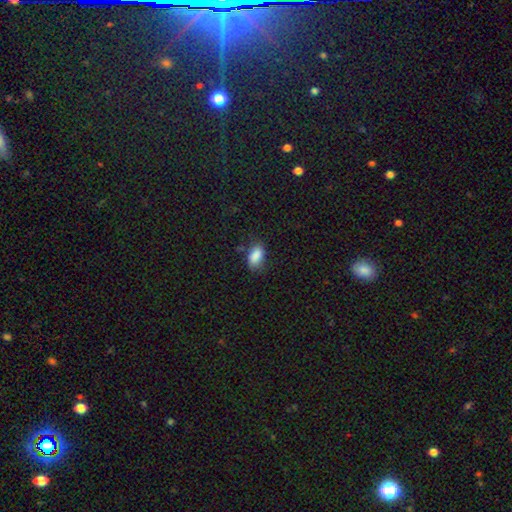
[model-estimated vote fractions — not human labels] Smooth or featured: smooth — 86% (star or artifact — 8%)
How rounded: in between — 91% (round — 7%)
Merging: none — 70% (minor disturbance — 22%)